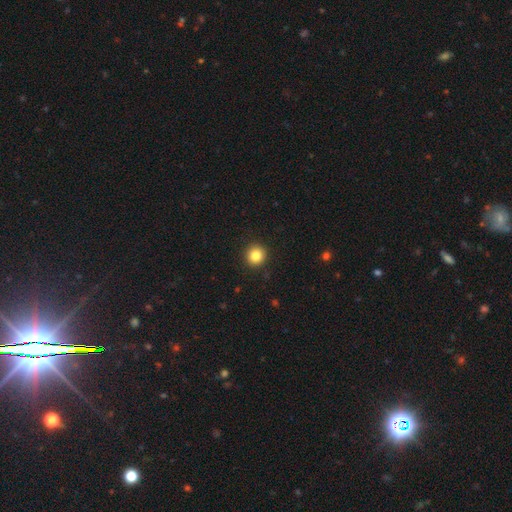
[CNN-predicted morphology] A smooth galaxy with no disk features (84%) that is round (94%).

Vote fractions:
- Smooth or featured? smooth: 84% / star or artifact: 11% / featured or disk: 5%
- How rounded? round: 94% / in between: 5% / cigar-shaped: 1%
- Merging? none: 93% / minor disturbance: 5% / major disturbance: 2% / merger: 1%